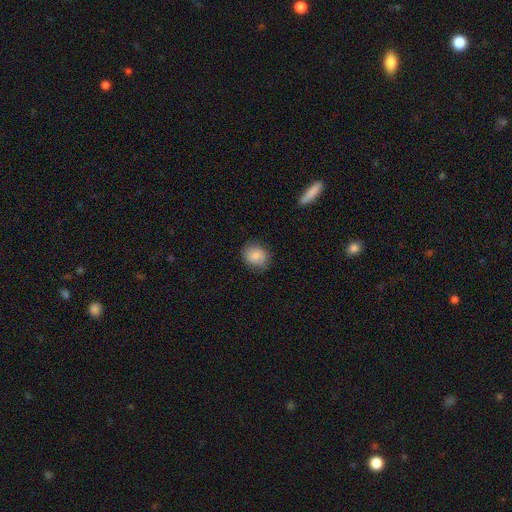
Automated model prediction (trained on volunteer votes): Smooth or featured?
  - smooth: 82% *
  - featured or disk: 10%
  - star or artifact: 8%
How rounded?
  - round: 65% *
  - in between: 34%
  - cigar-shaped: 1%
Merging?
  - none: 79% *
  - minor disturbance: 16%
  - major disturbance: 4%
  - merger: 1%